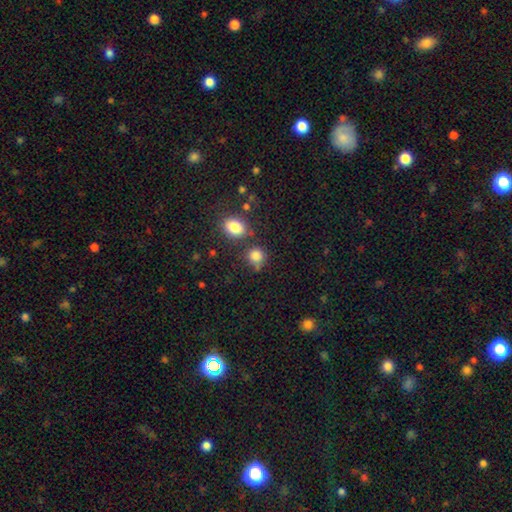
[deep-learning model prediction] Morphology: type=smooth (82%); roundness=round (83%); merging=none (65%).